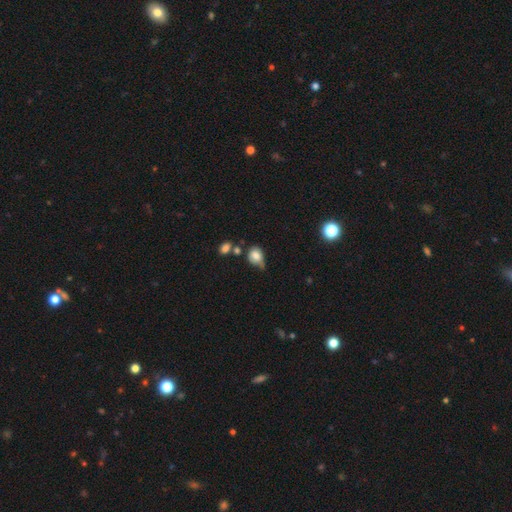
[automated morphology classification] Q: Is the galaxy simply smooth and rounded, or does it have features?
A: smooth — 78%.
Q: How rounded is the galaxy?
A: round — 52%.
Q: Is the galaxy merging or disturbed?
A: minor disturbance — 38%.